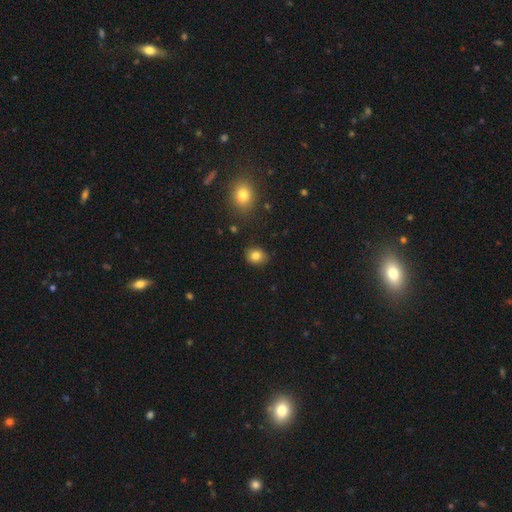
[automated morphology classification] Smooth or featured? Predicted: smooth (p=0.83). How rounded? Predicted: round (p=0.61). Merging? Predicted: none (p=0.86).